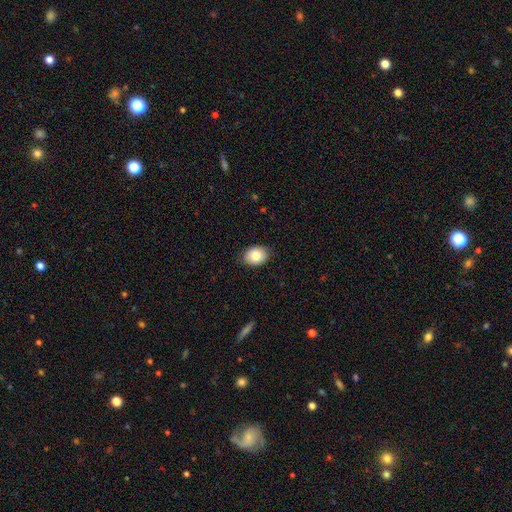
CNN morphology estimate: Smooth or featured? Predicted: smooth (p=0.81). How rounded? Predicted: in between (p=0.60). Merging? Predicted: none (p=0.86).